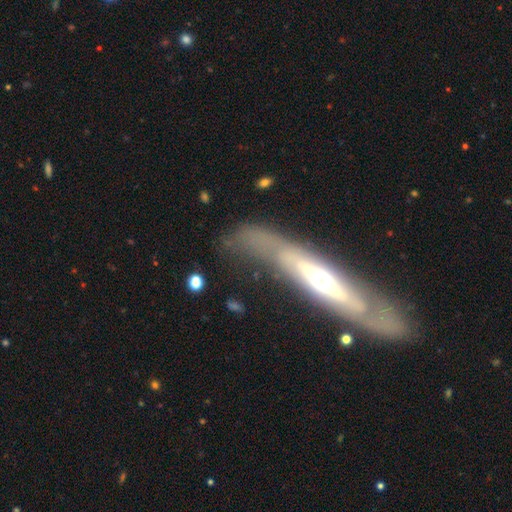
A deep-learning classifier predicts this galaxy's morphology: A featured or disk galaxy (79%).

Vote fractions:
- Smooth or featured? featured or disk: 79% / smooth: 15% / star or artifact: 6%
- Edge-on disk? no: 52% / yes: 48%
- Merging? none: 69% / minor disturbance: 19% / major disturbance: 9% / merger: 3%